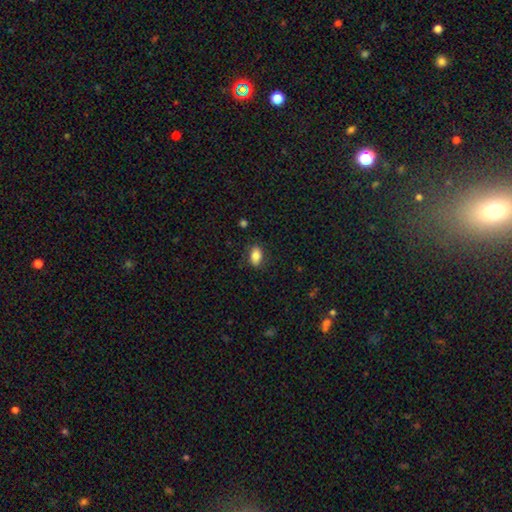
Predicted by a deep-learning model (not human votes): Overall: smooth (85%). How rounded: in between (88%). Merging: none (83%).